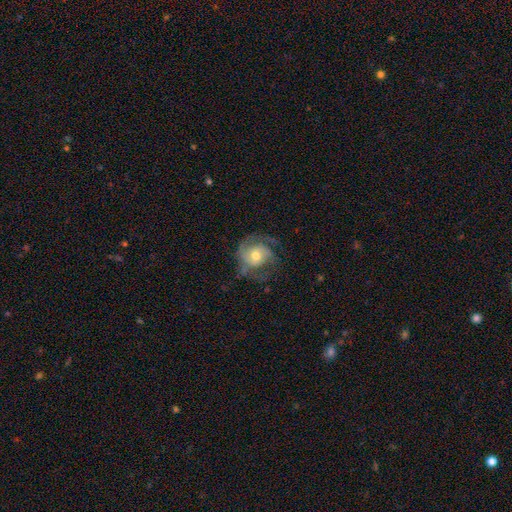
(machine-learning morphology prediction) Q: Smooth or featured?
A: featured or disk (68%); runner-up: smooth (26%)
Q: Edge-on disk?
A: no (97%); runner-up: yes (3%)
Q: Bar?
A: no (73%); runner-up: weak (22%)
Q: Spiral arms?
A: yes (85%); runner-up: no (15%)
Q: Spiral winding?
A: medium (42%); runner-up: tight (36%)
Q: Spiral arm count?
A: 2 (43%); runner-up: can't tell (20%)
Q: Bulge size?
A: moderate (68%); runner-up: small (23%)
Q: Merging?
A: none (51%); runner-up: major disturbance (24%)